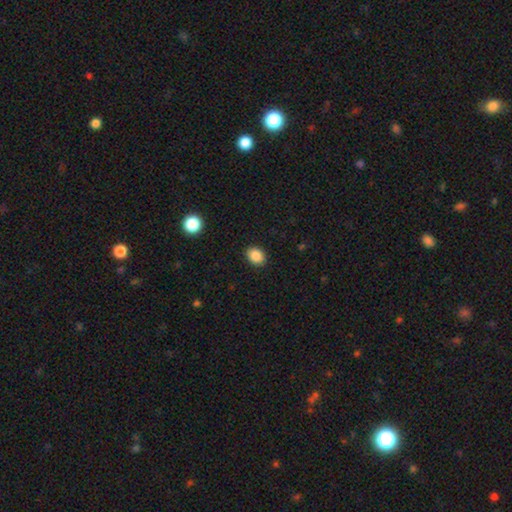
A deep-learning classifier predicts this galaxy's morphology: Smooth or featured? Predicted: smooth (p=0.87). How rounded? Predicted: in between (p=0.59). Merging? Predicted: none (p=0.90).